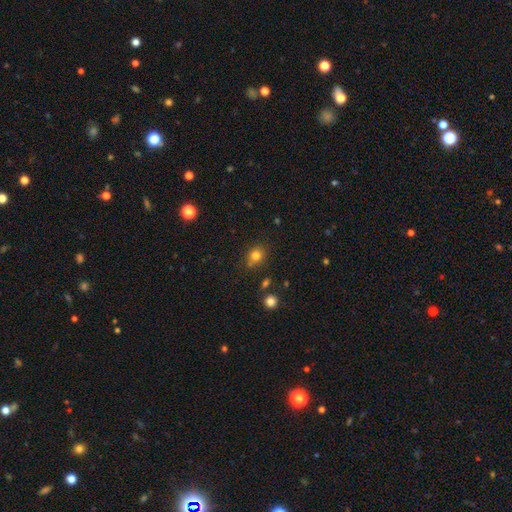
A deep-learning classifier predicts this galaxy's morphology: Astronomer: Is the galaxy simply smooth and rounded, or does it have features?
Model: smooth — 79%.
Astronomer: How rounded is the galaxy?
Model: round — 73%.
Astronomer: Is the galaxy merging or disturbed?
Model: none — 75%.